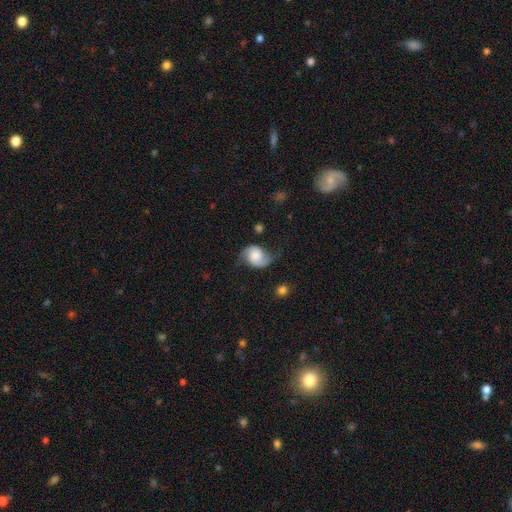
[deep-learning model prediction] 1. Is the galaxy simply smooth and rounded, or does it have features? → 72% featured or disk, 21% smooth, 7% star or artifact.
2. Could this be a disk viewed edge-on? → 98% no, 2% yes.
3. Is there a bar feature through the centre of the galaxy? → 63% no, 30% weak, 7% strong.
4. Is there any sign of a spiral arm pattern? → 95% yes, 5% no.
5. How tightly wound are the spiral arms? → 44% loose, 40% medium, 16% tight.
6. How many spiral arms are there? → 89% 2, 5% 1, 3% can't tell, 1% 3, 1% 4, 1% more than 4.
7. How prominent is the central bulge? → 29% moderate, 22% small, 22% large, 20% none, 7% dominant.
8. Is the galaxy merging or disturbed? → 60% none, 25% minor disturbance, 13% major disturbance, 2% merger.